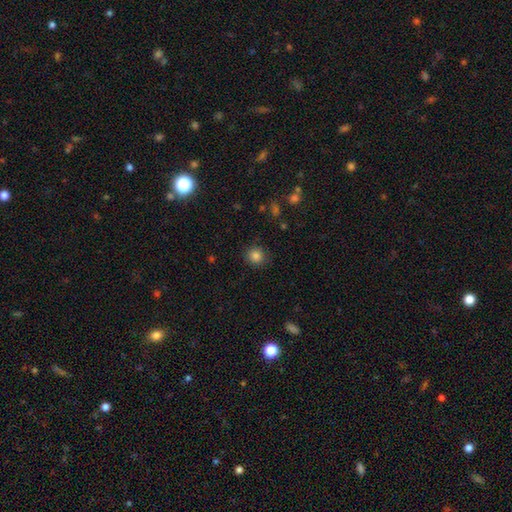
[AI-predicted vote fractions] smooth_or_featured: smooth (p=0.84) [alt: star or artifact p=0.12]
how_rounded: round (p=0.89) [alt: in between p=0.10]
merging: none (p=0.88) [alt: minor disturbance p=0.08]